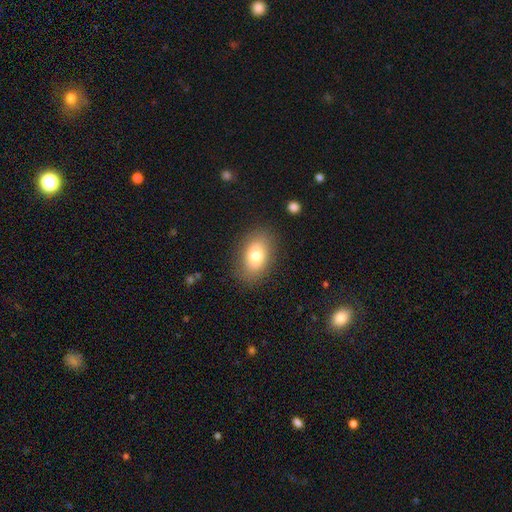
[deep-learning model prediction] A smooth galaxy with no disk features (77%) that is in between round and cigar-shaped (85%). Merging: none (84%).